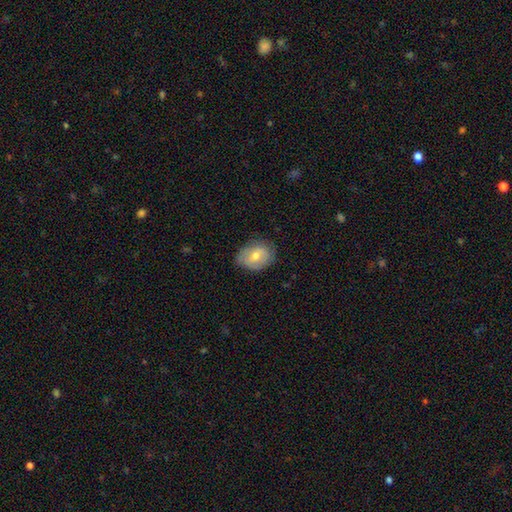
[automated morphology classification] smooth-or-featured: smooth: 53% | featured or disk: 39% | star or artifact: 8%
  how-rounded: in between: 65% | round: 34% | cigar-shaped: 1%
  merging: none: 70% | minor disturbance: 24% | major disturbance: 5% | merger: 1%